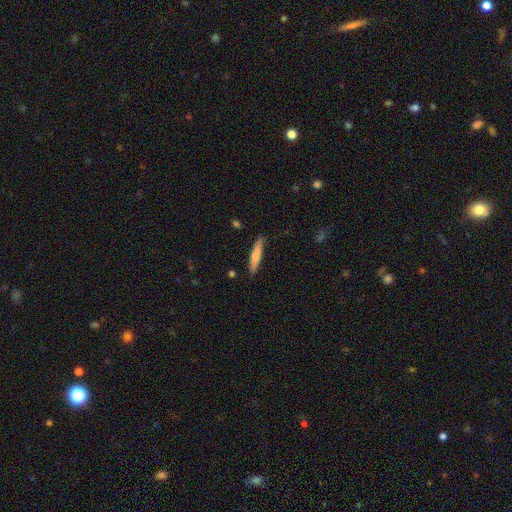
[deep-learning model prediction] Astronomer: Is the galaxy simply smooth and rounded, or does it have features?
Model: smooth — 63%.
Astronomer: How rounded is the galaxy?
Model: cigar-shaped — 88%.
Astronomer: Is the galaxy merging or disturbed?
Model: none — 84%.